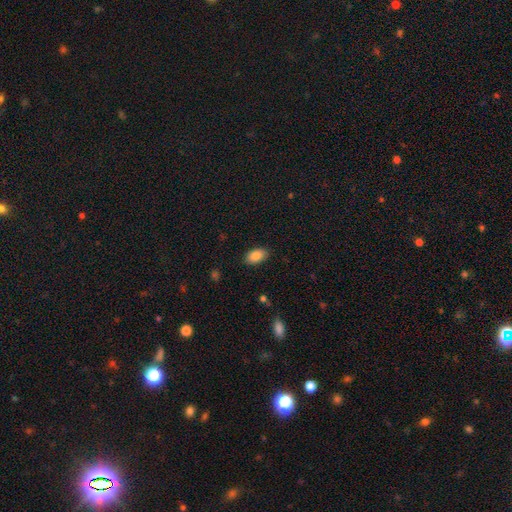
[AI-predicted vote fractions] The model was most divided on "merging": none: 87%, minor disturbance: 10%, major disturbance: 2%, merger: 1%. More confident: how rounded — in between (93%); smooth or featured — smooth (85%).